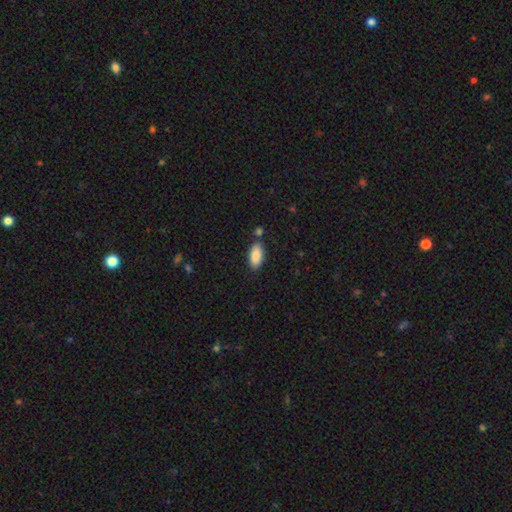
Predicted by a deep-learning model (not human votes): smooth_or_featured: smooth (p=0.87) [alt: featured or disk p=0.07]
how_rounded: in between (p=0.91) [alt: cigar-shaped p=0.07]
merging: none (p=0.80) [alt: minor disturbance p=0.11]